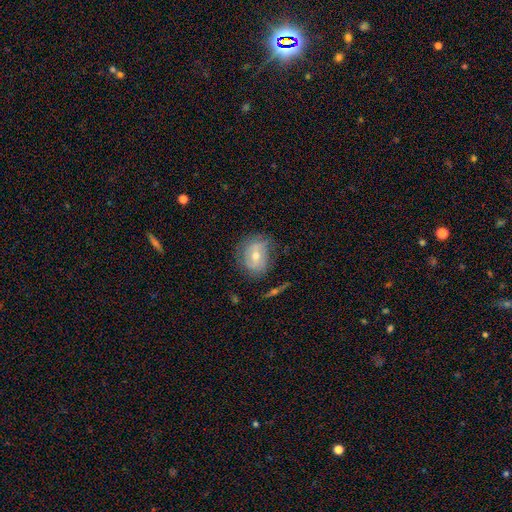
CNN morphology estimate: smooth-or-featured: featured or disk: 54% | smooth: 36% | star or artifact: 10%
  disk-edge-on: no: 95% | yes: 5%
    bar: no: 59% | weak: 31% | strong: 10%
    has-spiral-arms: yes: 67% | no: 33%
    bulge-size: moderate: 62% | small: 33% | large: 3% | none: 1% | dominant: 1%
  merging: none: 66% | minor disturbance: 22% | major disturbance: 10% | merger: 2%